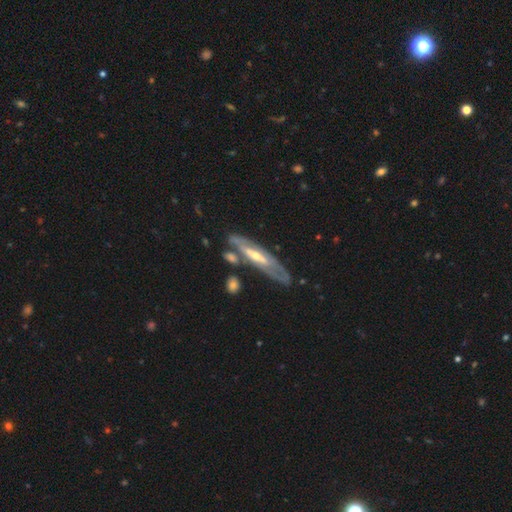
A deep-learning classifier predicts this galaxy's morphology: The model was most divided on "edge-on disk": no: 53%, yes: 47%. More confident: smooth or featured — featured or disk (78%); merging — none (65%).